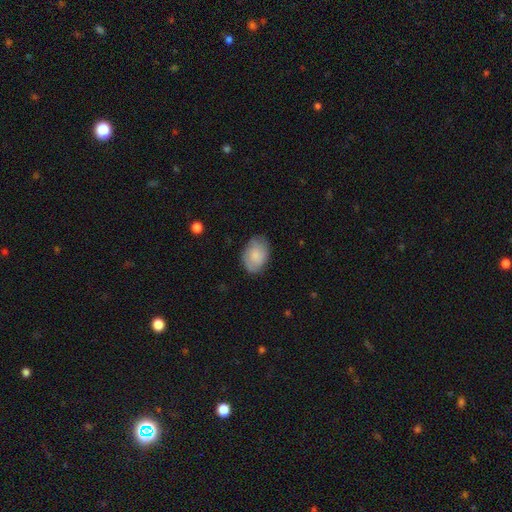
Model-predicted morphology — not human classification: Overall: smooth (75%). How rounded: in between (83%). Merging: none (78%).